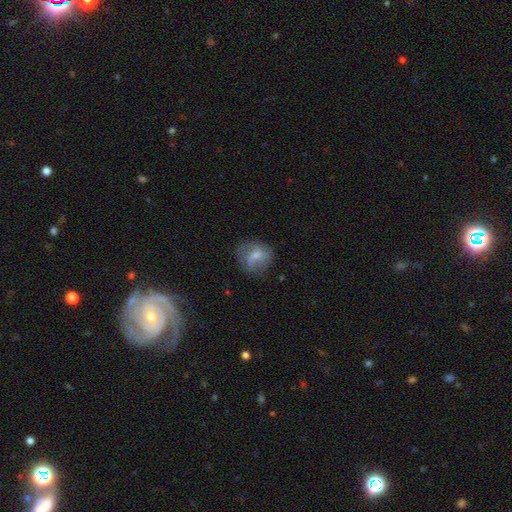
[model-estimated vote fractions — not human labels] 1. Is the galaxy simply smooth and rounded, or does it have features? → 49% smooth, 43% featured or disk, 8% star or artifact.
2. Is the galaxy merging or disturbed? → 62% none, 23% minor disturbance, 13% major disturbance, 2% merger.